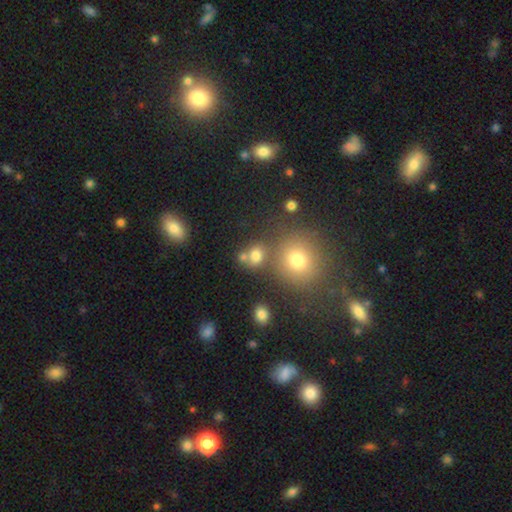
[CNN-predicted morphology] This is likely a smooth galaxy (73%). How rounded: likely round (68%). Merging: possibly none (57%).